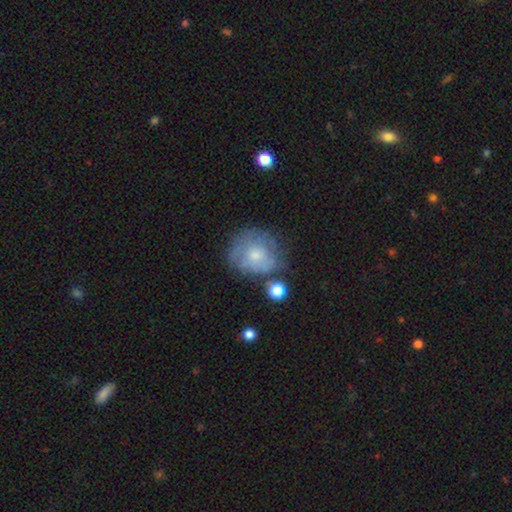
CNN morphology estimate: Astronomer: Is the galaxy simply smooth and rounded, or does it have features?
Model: smooth — 49% (runner-up: featured or disk, 41%).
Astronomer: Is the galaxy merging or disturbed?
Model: none — 56%.